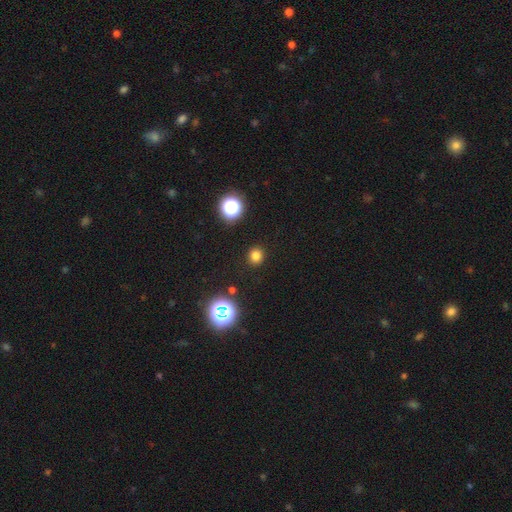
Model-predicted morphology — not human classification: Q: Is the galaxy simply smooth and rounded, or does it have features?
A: smooth — 77%.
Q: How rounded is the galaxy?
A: round — 89%.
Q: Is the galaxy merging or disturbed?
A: none — 91%.